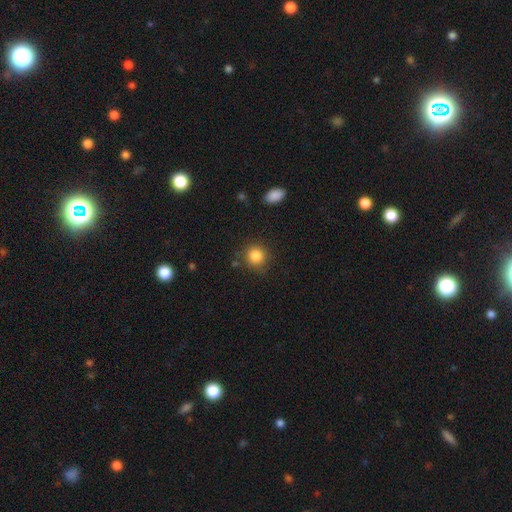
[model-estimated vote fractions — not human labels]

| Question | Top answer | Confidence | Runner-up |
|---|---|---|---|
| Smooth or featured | smooth | 85% | star or artifact (10%) |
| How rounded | round | 90% | in between (9%) |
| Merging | none | 82% | minor disturbance (12%) |